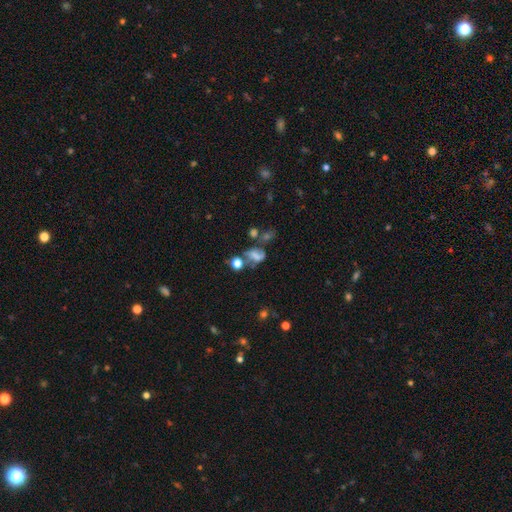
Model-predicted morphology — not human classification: Smooth or featured?
  - smooth: 44% *
  - featured or disk: 34%
  - star or artifact: 22%
Merging?
  - none: 32% *
  - merger: 28%
  - major disturbance: 23%
  - minor disturbance: 18%